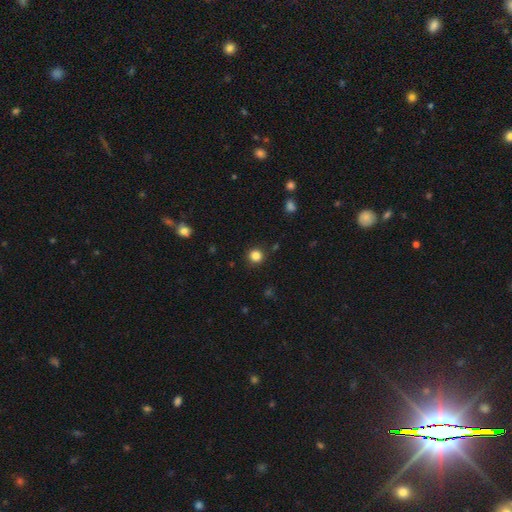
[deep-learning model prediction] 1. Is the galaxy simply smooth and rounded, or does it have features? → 84% smooth, 12% star or artifact, 4% featured or disk.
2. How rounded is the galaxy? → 94% round, 5% in between, 1% cigar-shaped.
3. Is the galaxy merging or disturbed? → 90% none, 6% minor disturbance, 2% major disturbance, 2% merger.